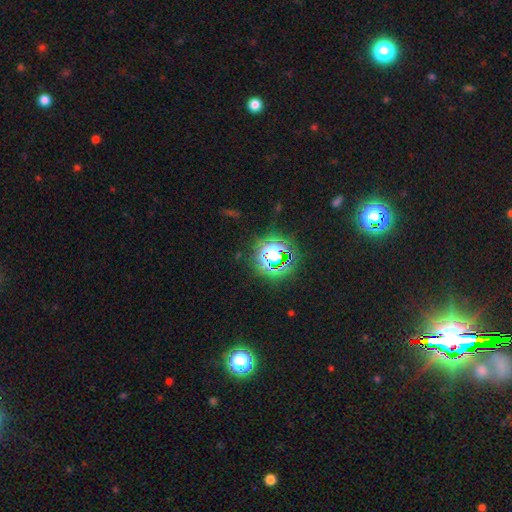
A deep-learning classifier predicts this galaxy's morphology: The model was most divided on "smooth or featured": star or artifact: 77%, smooth: 16%, featured or disk: 7%.